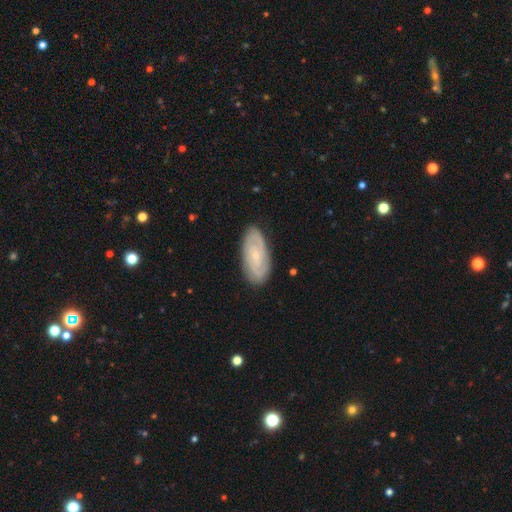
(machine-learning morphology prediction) This appears to be a featured or disk galaxy (67%) with no bar (63%), 2 (44%) tight (56%) spiral arms (89%) and a small central bulge (77%). Merging: none (84%).